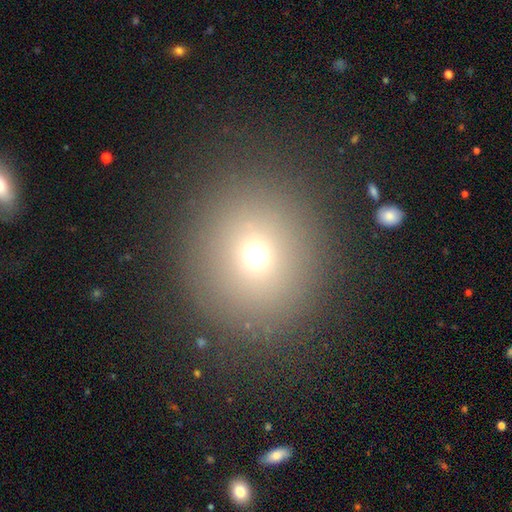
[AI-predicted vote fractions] Overall: smooth (68%). How rounded: round (88%). Merging: none (88%).